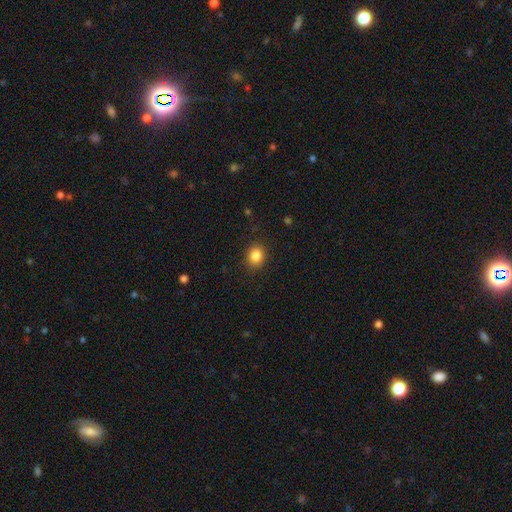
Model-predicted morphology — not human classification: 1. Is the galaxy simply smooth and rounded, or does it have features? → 85% smooth, 10% star or artifact, 5% featured or disk.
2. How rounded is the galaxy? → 64% round, 35% in between, 1% cigar-shaped.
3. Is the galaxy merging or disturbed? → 88% none, 9% minor disturbance, 3% major disturbance, 1% merger.